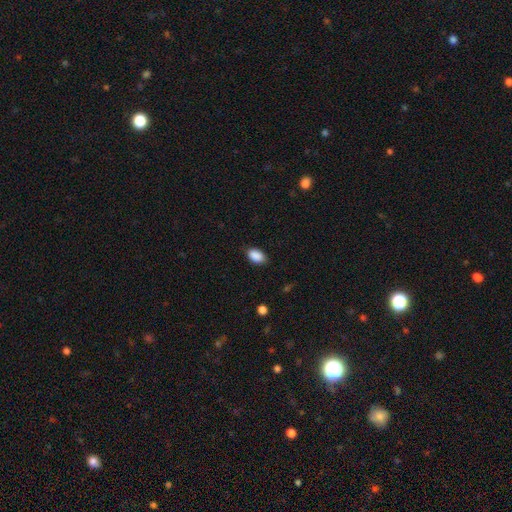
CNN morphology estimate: This is clearly a smooth galaxy (90%). How rounded: clearly in between (90%). Merging: clearly none (83%).